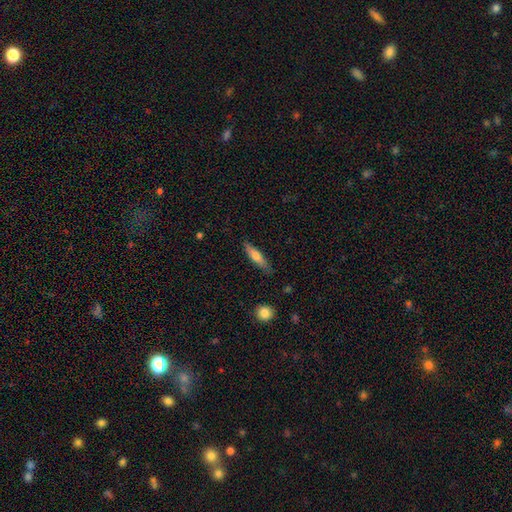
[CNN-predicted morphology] This appears to be a smooth galaxy with no disk features (62%) that is cigar-shaped (77%). Merging: none (82%).